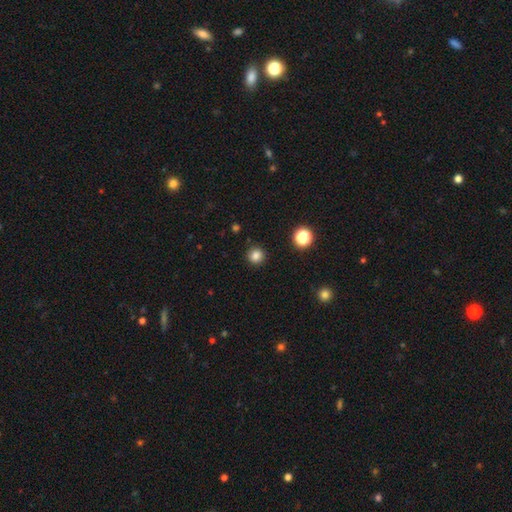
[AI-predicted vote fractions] Q: Smooth or featured?
A: smooth (83%); runner-up: star or artifact (13%)
Q: How rounded?
A: round (94%); runner-up: in between (5%)
Q: Merging?
A: none (92%); runner-up: minor disturbance (5%)